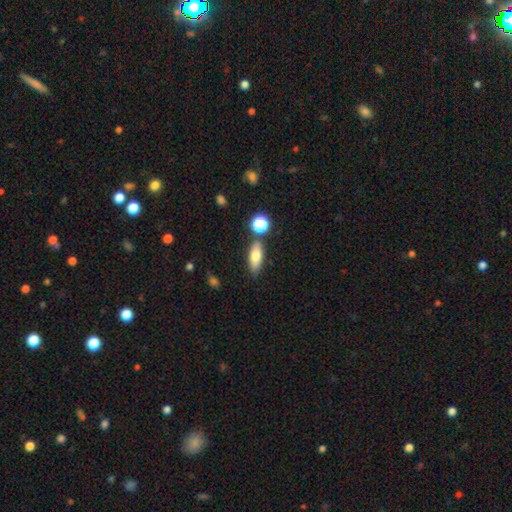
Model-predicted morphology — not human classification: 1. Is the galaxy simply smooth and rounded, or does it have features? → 74% smooth, 17% featured or disk, 9% star or artifact.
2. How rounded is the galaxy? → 69% in between, 26% cigar-shaped, 5% round.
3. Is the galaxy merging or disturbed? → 77% none, 12% minor disturbance, 7% merger, 3% major disturbance.